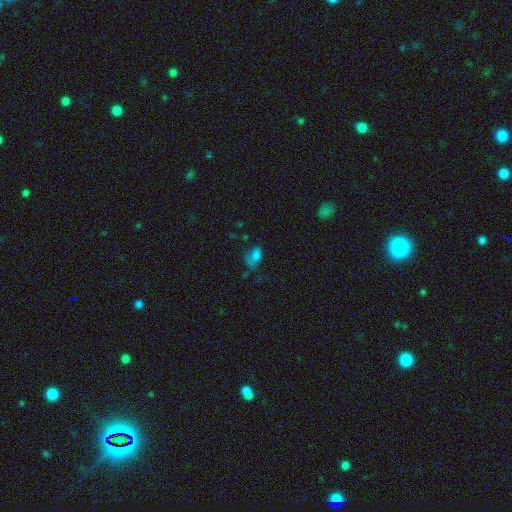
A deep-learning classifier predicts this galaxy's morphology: A smooth galaxy with no disk features (72%) that is in between round and cigar-shaped (82%).

Vote fractions:
- Smooth or featured? smooth: 72% / star or artifact: 15% / featured or disk: 12%
- How rounded? in between: 82% / round: 15% / cigar-shaped: 3%
- Merging? none: 40% / minor disturbance: 32% / major disturbance: 22% / merger: 6%